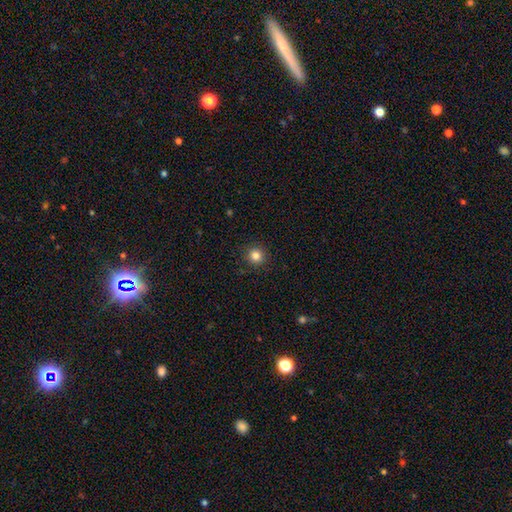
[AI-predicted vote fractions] A smooth galaxy with no disk features (83%) that is round (94%). Merging: none (91%).